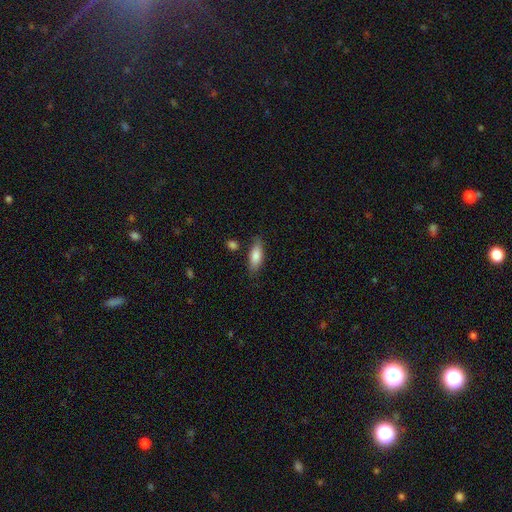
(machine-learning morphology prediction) This appears to be a smooth galaxy with no disk features (79%) that is in between round and cigar-shaped (63%). Merging: none (79%).